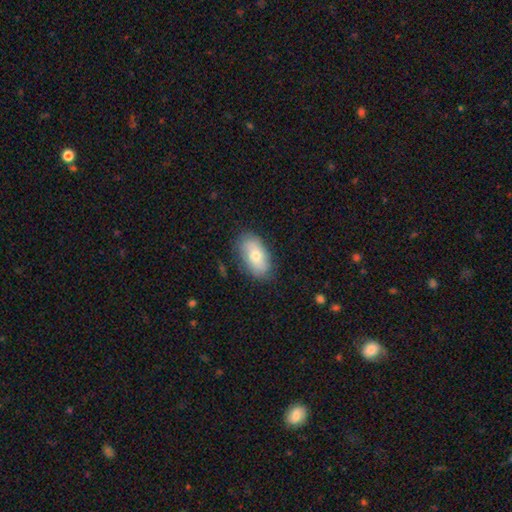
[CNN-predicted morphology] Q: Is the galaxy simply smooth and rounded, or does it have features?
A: smooth — 67%.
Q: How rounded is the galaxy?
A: in between — 92%.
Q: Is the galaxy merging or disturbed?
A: none — 79%.